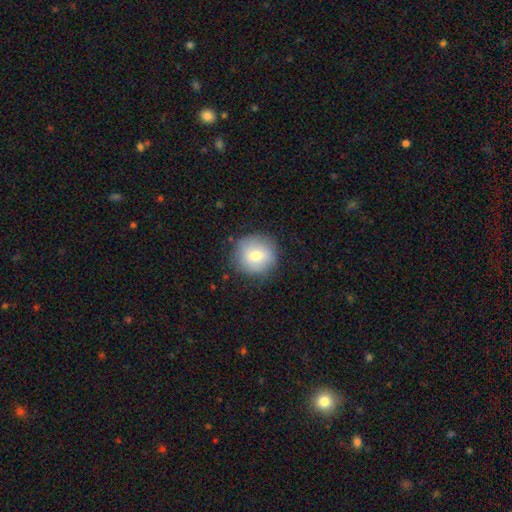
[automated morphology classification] type=smooth (71%); roundness=round (93%); merging=none (82%).